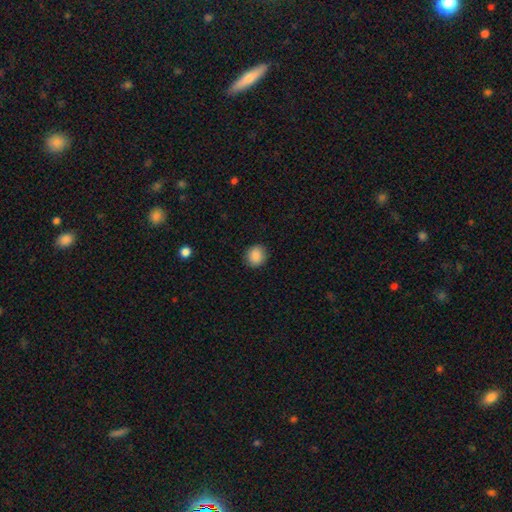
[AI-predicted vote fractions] Q: Smooth or featured?
A: smooth (88%); runner-up: star or artifact (8%)
Q: How rounded?
A: round (84%); runner-up: in between (16%)
Q: Merging?
A: none (90%); runner-up: minor disturbance (7%)